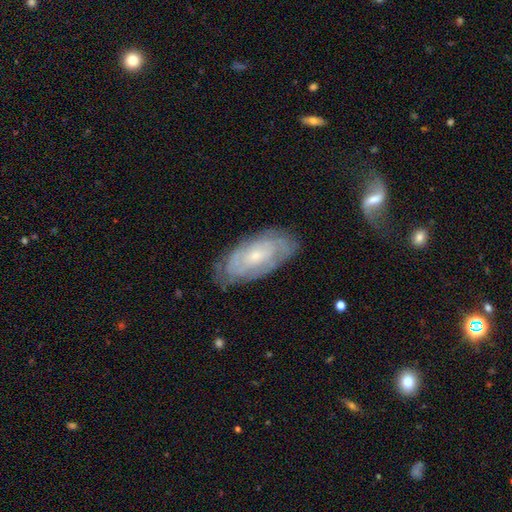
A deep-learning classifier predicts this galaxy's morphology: featured or disk 68%, smooth 25%, star or artifact 6%. Down the decision tree: edge-on disk — no (91%); bar — no (73%); spiral arms — yes (79%); bulge size — small (69%); merging — none (74%).